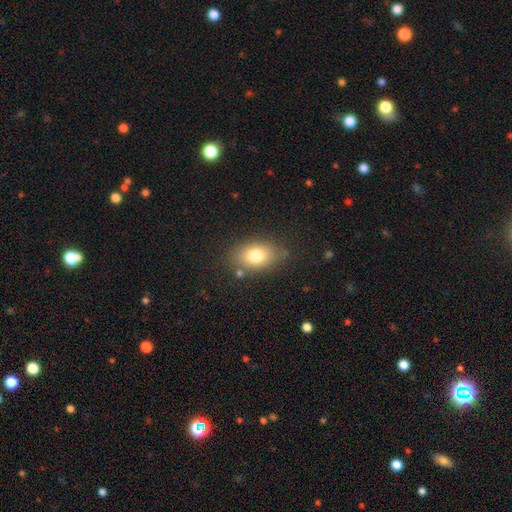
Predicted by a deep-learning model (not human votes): Overall: smooth (77%). How rounded: in between (83%). Merging: none (78%).